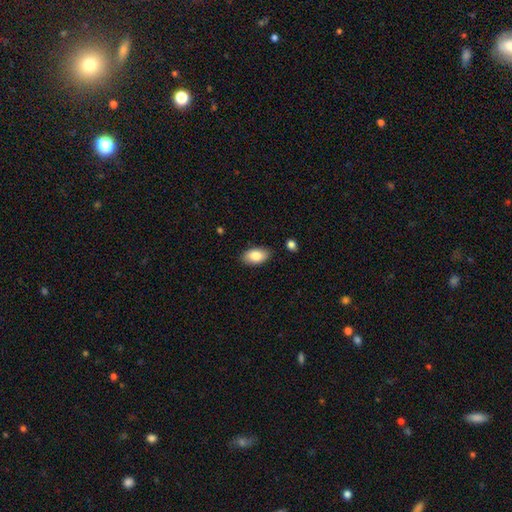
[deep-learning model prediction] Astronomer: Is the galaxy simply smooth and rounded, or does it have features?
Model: smooth — 85%.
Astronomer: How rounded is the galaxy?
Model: in between — 93%.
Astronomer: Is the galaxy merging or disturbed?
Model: none — 85%.